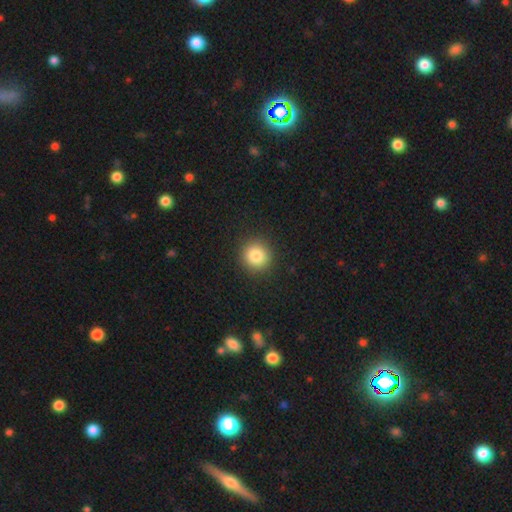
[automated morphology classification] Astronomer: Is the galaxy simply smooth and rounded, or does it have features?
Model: smooth — 84%.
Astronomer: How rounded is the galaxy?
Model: round — 92%.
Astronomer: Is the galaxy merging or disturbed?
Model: none — 91%.